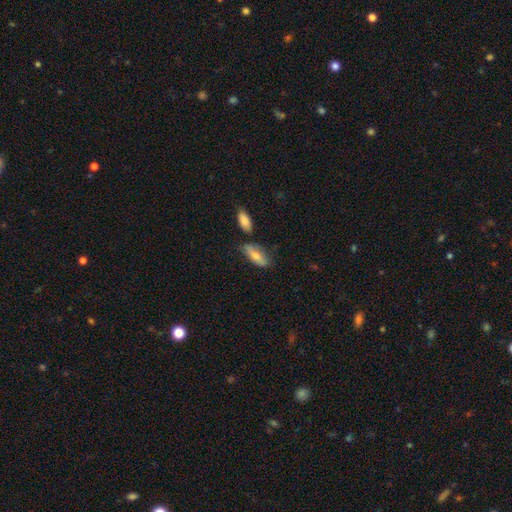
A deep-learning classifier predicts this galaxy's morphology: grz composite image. It shows a smooth galaxy with no disk features (73%) that is in between round and cigar-shaped (73%). Merging: none (62%).